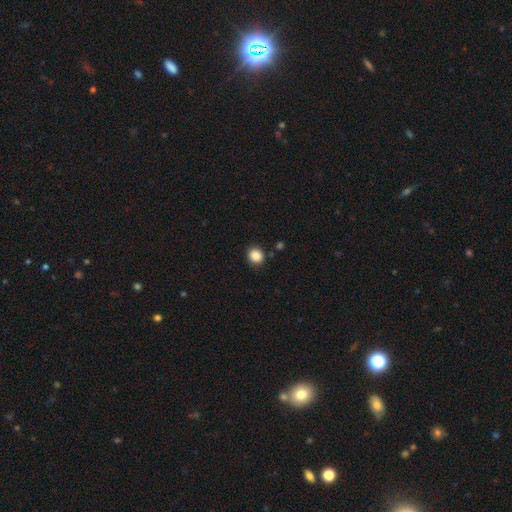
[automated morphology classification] The model was most divided on "how rounded": round: 87%, in between: 13%, cigar-shaped: 1%. More confident: merging — none (88%); smooth or featured — smooth (87%).